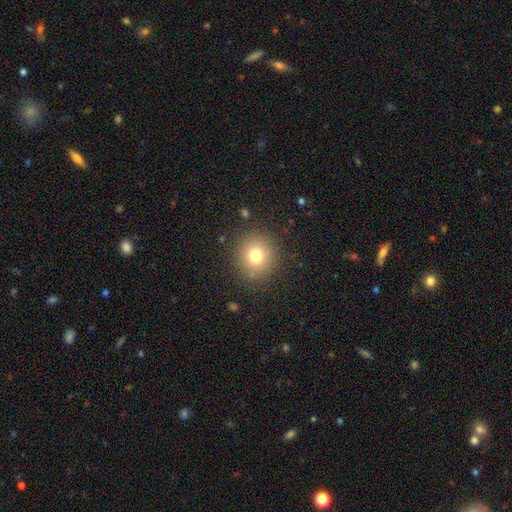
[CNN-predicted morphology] Overall: smooth (75%). How rounded: round (91%). Merging: none (86%).